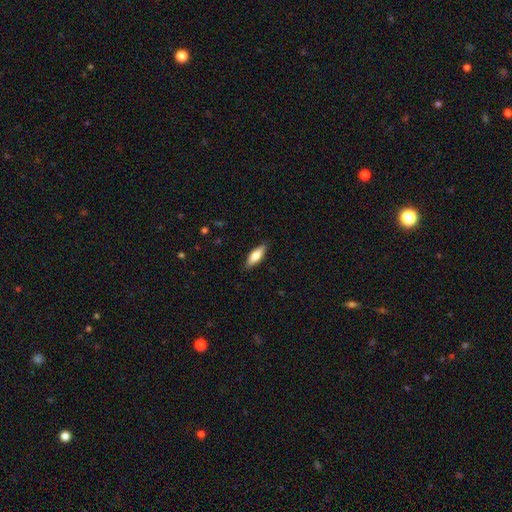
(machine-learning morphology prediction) smooth 74%, featured or disk 20%, star or artifact 6%. Down the decision tree: how rounded — in between (58%); merging — none (88%).